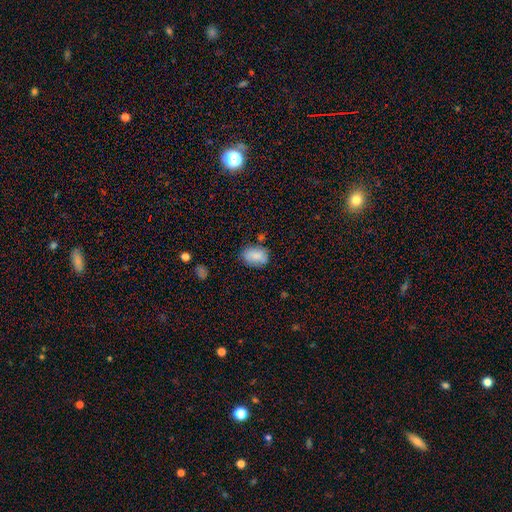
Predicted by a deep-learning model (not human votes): A smooth galaxy with no disk features (81%) that is in between round and cigar-shaped (83%).

Vote fractions:
- Smooth or featured? smooth: 81% / featured or disk: 11% / star or artifact: 8%
- How rounded? in between: 83% / round: 16% / cigar-shaped: 1%
- Merging? none: 68% / minor disturbance: 22% / major disturbance: 5% / merger: 5%